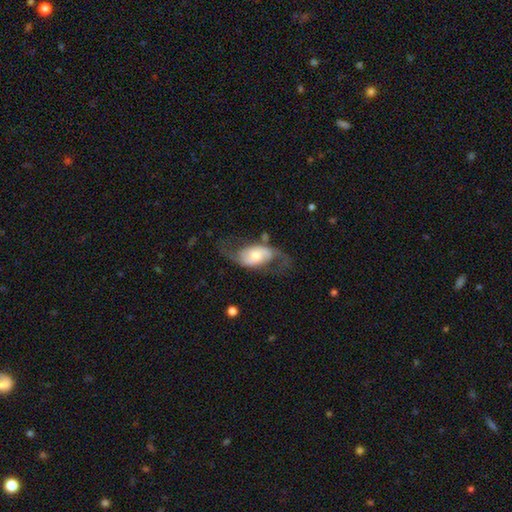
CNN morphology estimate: A featured or disk galaxy (73%) with no bar (56%), 2 (90%) loose (61%) spiral arms (88%) and a moderate central bulge (47%).

Vote fractions:
- Smooth or featured? featured or disk: 73% / smooth: 22% / star or artifact: 6%
- Edge-on disk? no: 94% / yes: 6%
- Bar? no: 56% / weak: 30% / strong: 14%
- Spiral arms? yes: 88% / no: 12%
- Spiral winding? loose: 61% / medium: 31% / tight: 8%
- Spiral arm count? 2: 90% / can't tell: 5% / 1: 3% / 3: 1% / 4: 1% / more than 4: 1%
- Bulge size? moderate: 47% / small: 41% / large: 8% / dominant: 3% / none: 2%
- Merging? none: 58% / major disturbance: 21% / minor disturbance: 18% / merger: 3%